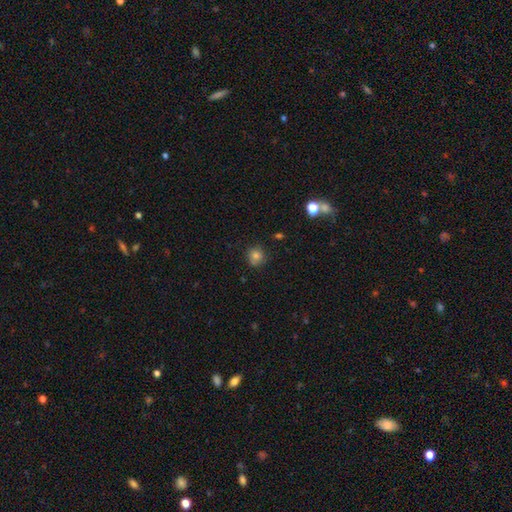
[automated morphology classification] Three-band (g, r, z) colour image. It shows a smooth galaxy with no disk features (81%) that is round (85%). Merging: none (79%).